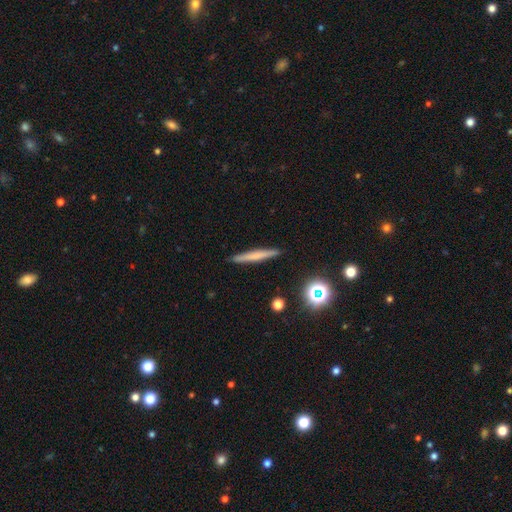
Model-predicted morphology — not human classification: Smooth or featured?
  - smooth: 55% *
  - featured or disk: 36%
  - star or artifact: 9%
How rounded?
  - cigar-shaped: 94% *
  - in between: 4%
  - round: 2%
Merging?
  - none: 91% *
  - minor disturbance: 6%
  - major disturbance: 1%
  - merger: 1%